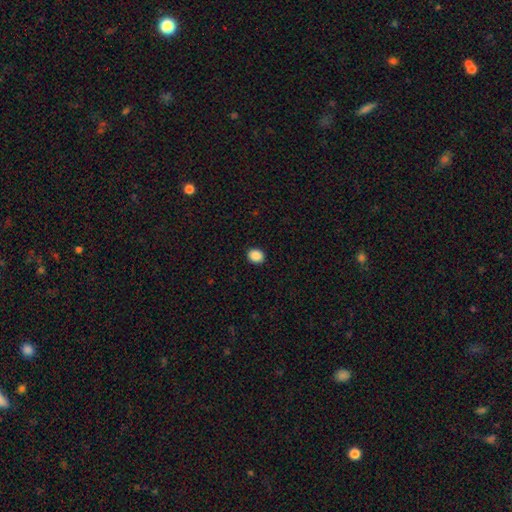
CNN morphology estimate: A smooth galaxy with no disk features (89%) that is round (62%).

Vote fractions:
- Smooth or featured? smooth: 89% / star or artifact: 9% / featured or disk: 2%
- How rounded? round: 62% / in between: 37% / cigar-shaped: 1%
- Merging? none: 92% / minor disturbance: 5% / major disturbance: 2% / merger: 1%